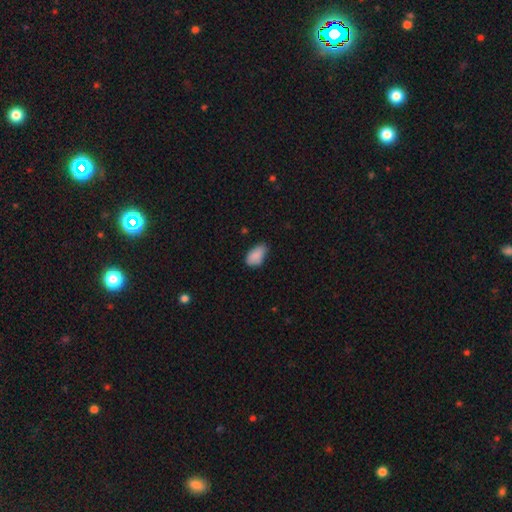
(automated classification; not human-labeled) smooth-or-featured: smooth: 87% | star or artifact: 7% | featured or disk: 6%
  how-rounded: in between: 93% | round: 5% | cigar-shaped: 2%
  merging: none: 63% | minor disturbance: 30% | major disturbance: 5% | merger: 2%